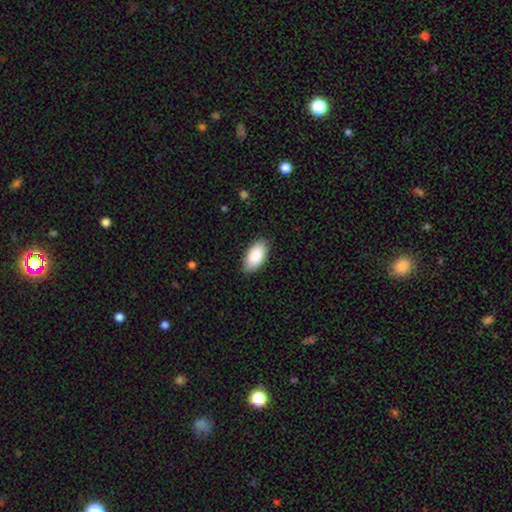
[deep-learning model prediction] Smooth or featured? smooth (89%)
How rounded? in between (95%)
Merging? none (87%)